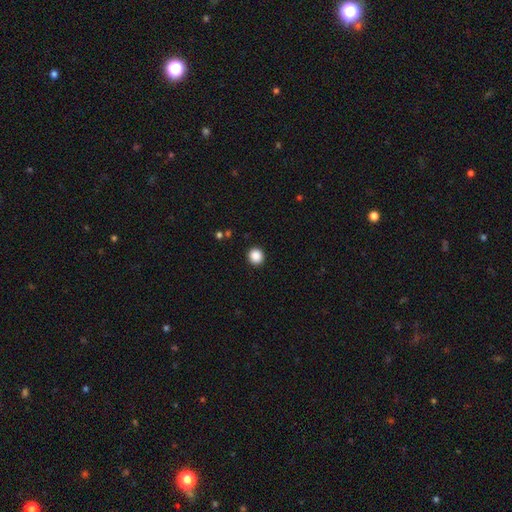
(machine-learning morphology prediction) This appears to be a smooth galaxy with no disk features (88%) that is round (89%). Merging: none (92%).